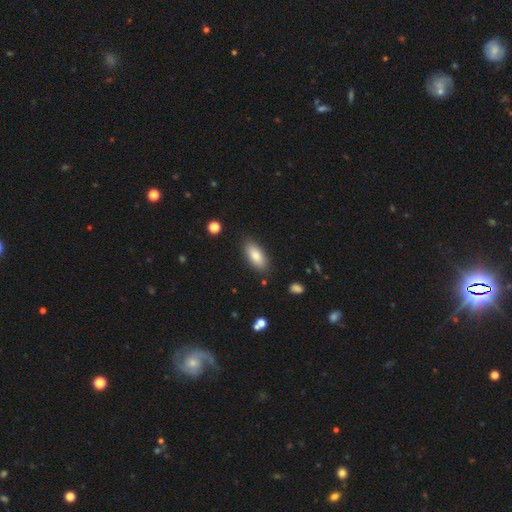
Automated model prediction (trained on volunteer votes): Smooth or featured? Predicted: smooth (p=0.82). How rounded? Predicted: in between (p=0.84). Merging? Predicted: none (p=0.85).